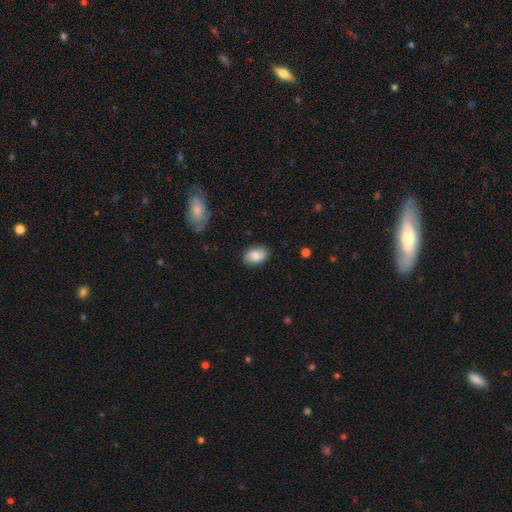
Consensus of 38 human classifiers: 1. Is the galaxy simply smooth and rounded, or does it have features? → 84% smooth, 16% featured or disk, 0% star or artifact.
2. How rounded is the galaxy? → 97% in between, 3% round, 0% cigar-shaped.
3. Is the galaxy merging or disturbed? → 95% none, 5% minor disturbance, 0% major disturbance, 0% merger.